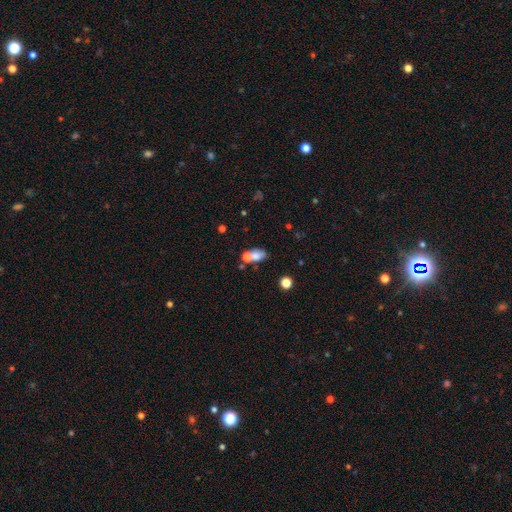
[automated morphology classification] This is likely a smooth galaxy (71%). How rounded: likely in between (80%). Merging: marginally merger (39%, tied with none).